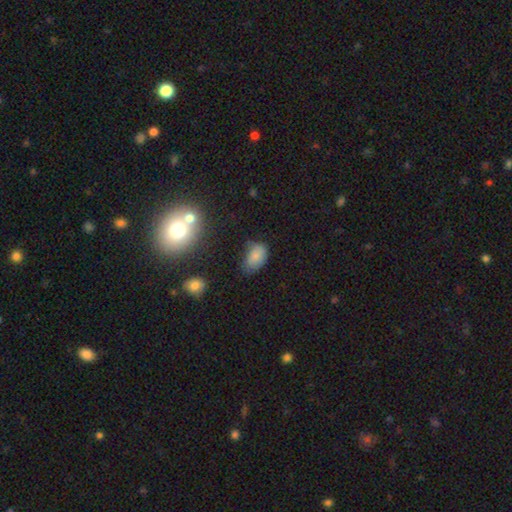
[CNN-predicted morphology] This is likely a smooth galaxy (79%). How rounded: clearly in between (90%). Merging: possibly none (50%).